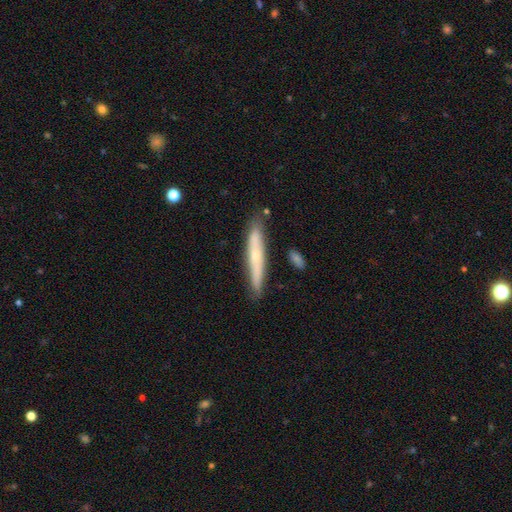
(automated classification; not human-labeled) smooth-or-featured: featured or disk: 50% | smooth: 43% | star or artifact: 7%
  disk-edge-on: yes: 83% | no: 17%
  merging: none: 81% | minor disturbance: 14% | merger: 3% | major disturbance: 2%